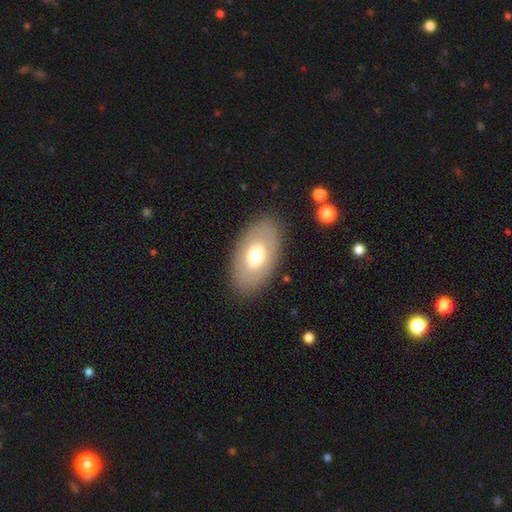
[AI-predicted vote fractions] Overall: smooth (65%; featured or disk 28%). How rounded: in between (92%). Merging: none (86%).